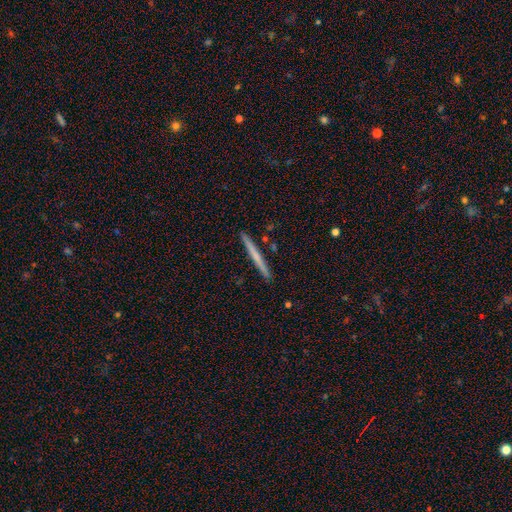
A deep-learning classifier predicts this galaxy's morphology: type=smooth (52%); roundness=cigar-shaped (97%); merging=none (92%).